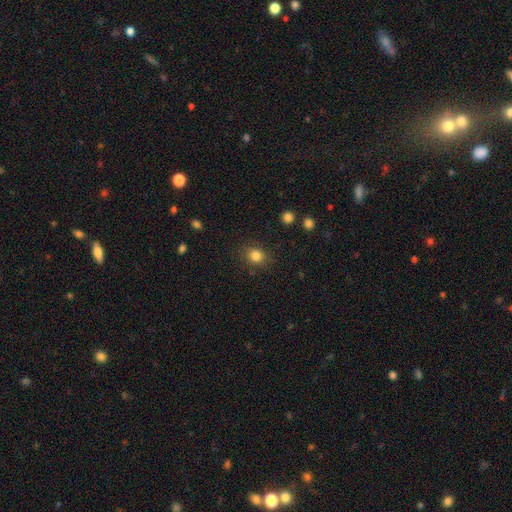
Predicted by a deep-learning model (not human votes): Smooth or featured: smooth — 84% (star or artifact — 11%)
How rounded: round — 67% (in between — 32%)
Merging: none — 86% (minor disturbance — 10%)